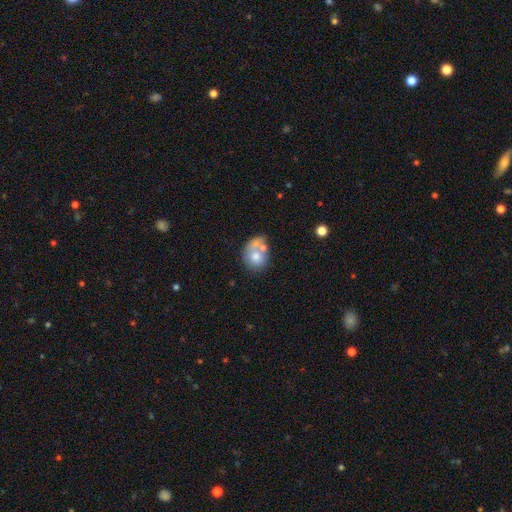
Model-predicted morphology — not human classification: smooth 62%, featured or disk 29%, star or artifact 9%. Down the decision tree: how rounded — round (59%); merging — merger (44%).